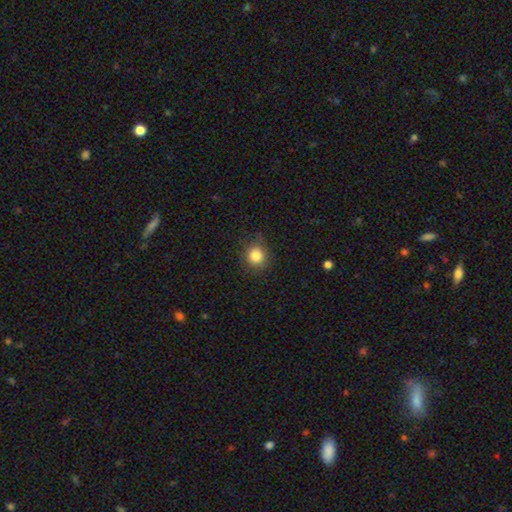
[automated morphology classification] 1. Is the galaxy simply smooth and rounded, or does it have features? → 84% smooth, 11% star or artifact, 5% featured or disk.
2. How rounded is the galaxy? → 87% round, 12% in between, 1% cigar-shaped.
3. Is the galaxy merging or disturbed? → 83% none, 12% minor disturbance, 3% major disturbance, 1% merger.